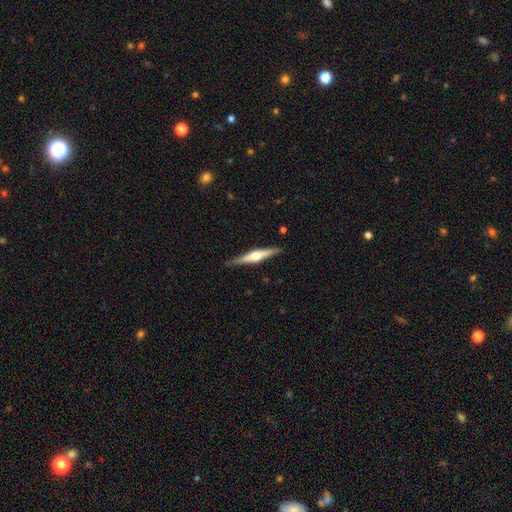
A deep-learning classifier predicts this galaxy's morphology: Smooth or featured? Predicted: featured or disk (p=0.72). Edge-on disk? Predicted: yes (p=0.98). Edge-on bulge? Predicted: rounded (p=0.89). Merging? Predicted: none (p=0.88).